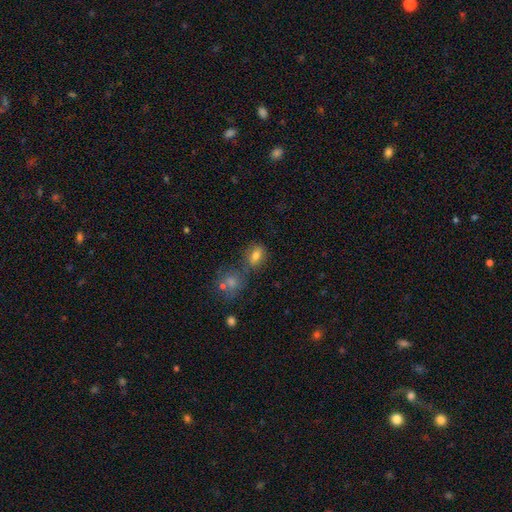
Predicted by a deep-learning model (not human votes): This is likely a smooth galaxy (77%). How rounded: likely in between (71%). Merging: likely none (64%).